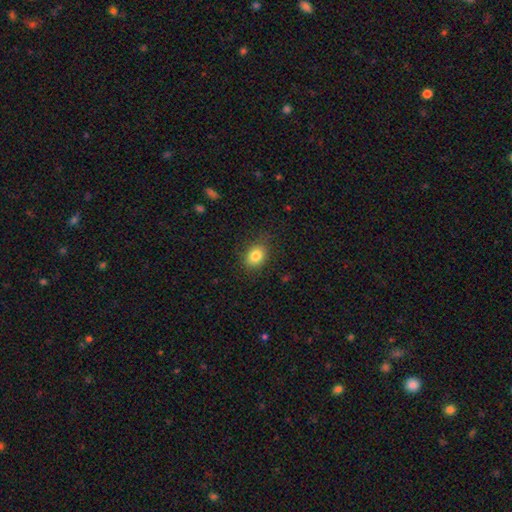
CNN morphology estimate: smooth_or_featured: smooth (p=0.83) [alt: star or artifact p=0.10]
how_rounded: in between (p=0.62) [alt: round p=0.37]
merging: none (p=0.83) [alt: minor disturbance p=0.13]